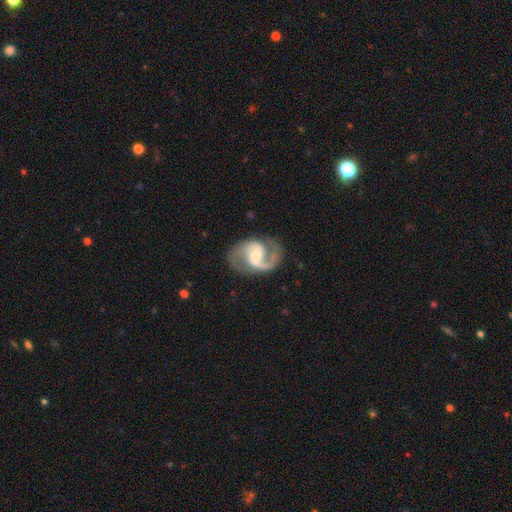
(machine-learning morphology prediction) Smooth or featured? featured or disk (90%)
Edge-on disk? no (98%)
Bar? weak (48%)
Spiral arms? yes (97%)
Spiral winding? medium (58%)
Spiral arm count? 2 (90%)
Bulge size? small (51%)
Merging? none (75%)